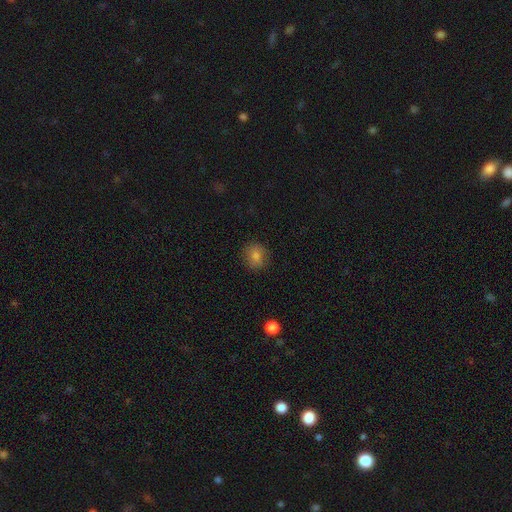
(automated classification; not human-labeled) Smooth or featured?
  - smooth: 78% *
  - star or artifact: 13%
  - featured or disk: 9%
How rounded?
  - round: 82% *
  - in between: 17%
  - cigar-shaped: 1%
Merging?
  - none: 86% *
  - minor disturbance: 10%
  - major disturbance: 3%
  - merger: 1%